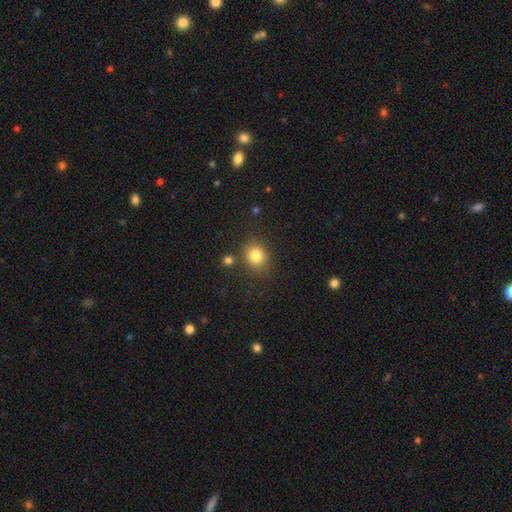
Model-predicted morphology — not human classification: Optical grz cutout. It shows a smooth galaxy with no disk features (81%) that is round (69%). Merging: none (79%).